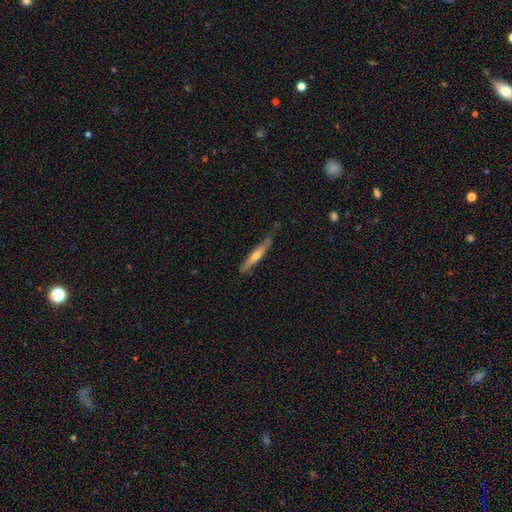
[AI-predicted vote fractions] Q: Smooth or featured?
A: featured or disk (48%); runner-up: smooth (46%)
Q: Merging?
A: none (77%); runner-up: minor disturbance (18%)